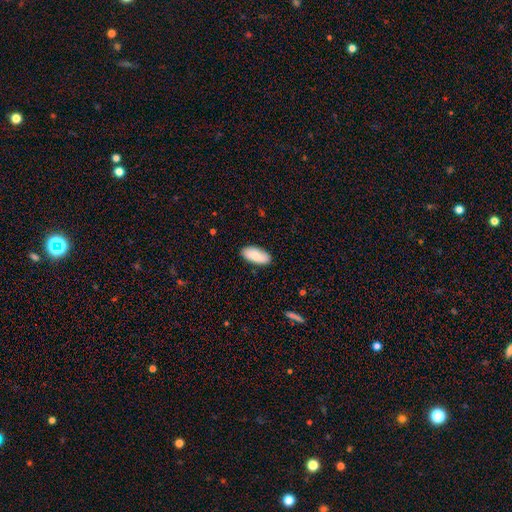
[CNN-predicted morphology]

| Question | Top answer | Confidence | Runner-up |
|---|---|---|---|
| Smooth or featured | smooth | 82% | featured or disk (12%) |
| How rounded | in between | 90% | cigar-shaped (8%) |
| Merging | none | 87% | minor disturbance (10%) |